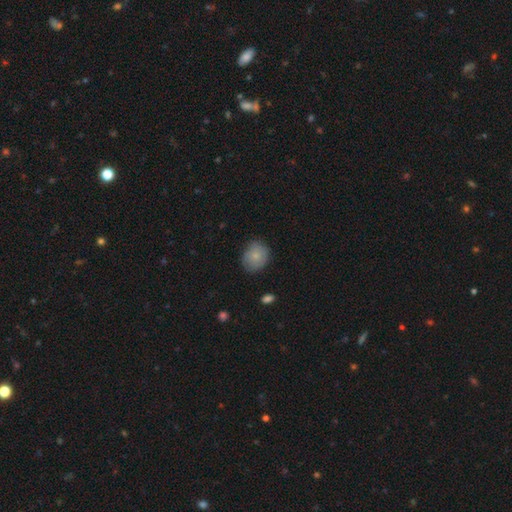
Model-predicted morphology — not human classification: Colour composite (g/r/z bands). It shows a smooth galaxy with no disk features (77%) that is round (66%). Merging: none (75%).